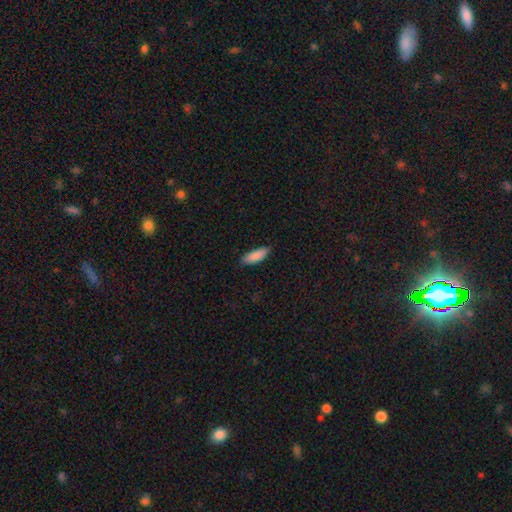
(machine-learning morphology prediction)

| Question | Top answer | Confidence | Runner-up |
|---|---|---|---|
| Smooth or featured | smooth | 89% | star or artifact (6%) |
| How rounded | in between | 64% | cigar-shaped (34%) |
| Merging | none | 85% | minor disturbance (12%) |